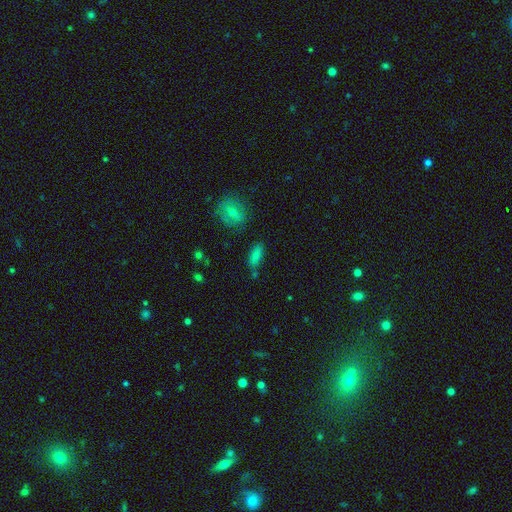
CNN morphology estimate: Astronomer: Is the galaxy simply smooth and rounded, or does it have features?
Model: smooth — 75%.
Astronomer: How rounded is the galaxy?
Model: in between — 75%.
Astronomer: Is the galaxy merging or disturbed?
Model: none — 67%.